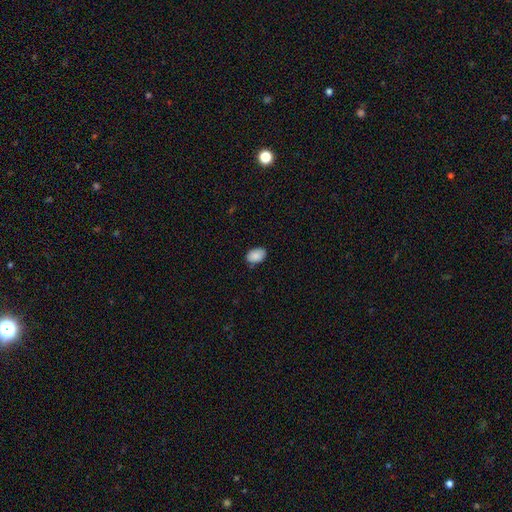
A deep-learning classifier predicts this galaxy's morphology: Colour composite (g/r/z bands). It shows a smooth galaxy with no disk features (88%) that is in between round and cigar-shaped (85%). Merging: none (77%).